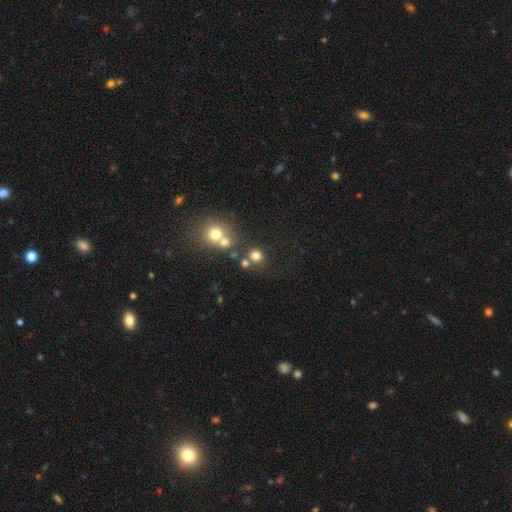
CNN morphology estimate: A smooth galaxy with no disk features (75%) that is round (90%).

Vote fractions:
- Smooth or featured? smooth: 75% / star or artifact: 17% / featured or disk: 8%
- How rounded? round: 90% / in between: 9% / cigar-shaped: 1%
- Merging? none: 67% / merger: 21% / minor disturbance: 8% / major disturbance: 4%